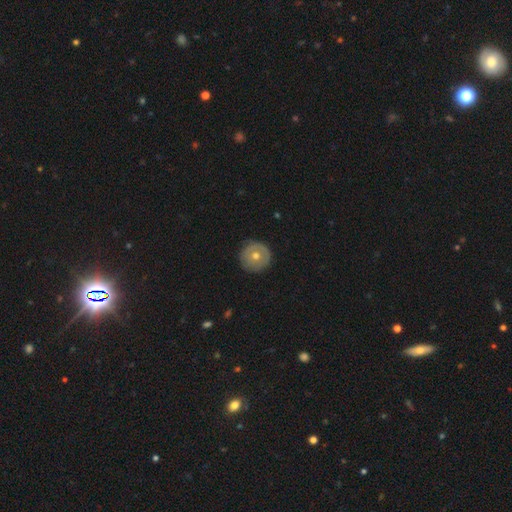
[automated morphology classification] Overall: smooth (52%; featured or disk 41%). How rounded: round (96%). Merging: none (88%).